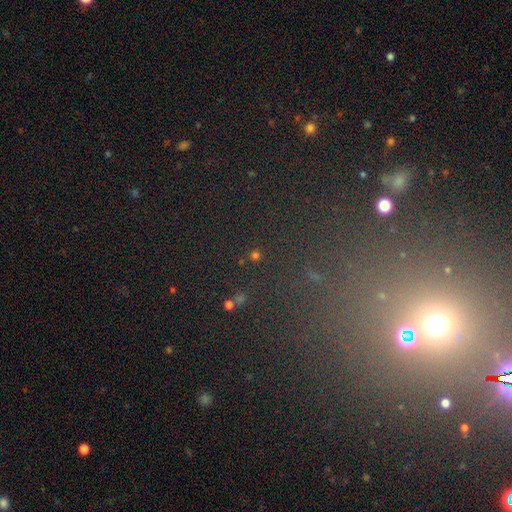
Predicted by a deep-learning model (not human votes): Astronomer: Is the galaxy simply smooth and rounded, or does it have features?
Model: star or artifact — 61%.